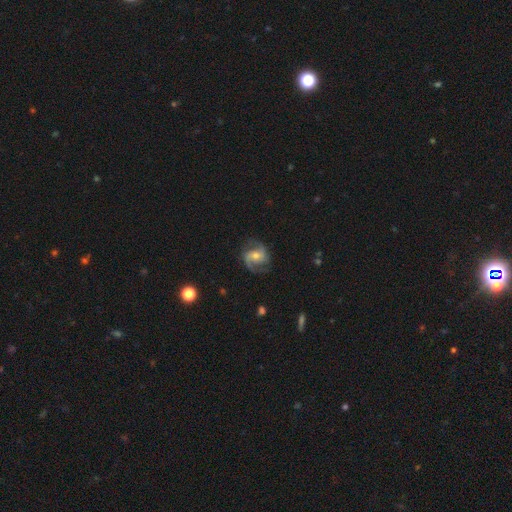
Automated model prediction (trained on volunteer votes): A featured or disk galaxy (84%) with no bar (43%), 2 (84%) medium (51%) spiral arms (96%) and a moderate central bulge (53%).

Vote fractions:
- Smooth or featured? featured or disk: 84% / smooth: 10% / star or artifact: 6%
- Edge-on disk? no: 98% / yes: 2%
- Bar? no: 43% / weak: 40% / strong: 17%
- Spiral arms? yes: 96% / no: 4%
- Spiral winding? medium: 51% / loose: 31% / tight: 18%
- Spiral arm count? 2: 84% / 3: 6% / can't tell: 4% / 1: 3% / 4: 2% / more than 4: 1%
- Bulge size? moderate: 53% / small: 42% / large: 3% / none: 2% / dominant: 1%
- Merging? none: 76% / minor disturbance: 16% / major disturbance: 7% / merger: 1%